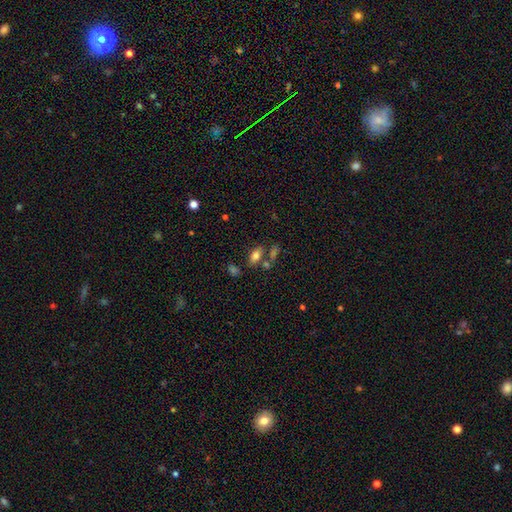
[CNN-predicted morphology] This appears to be a smooth galaxy with no disk features (77%) that is in between round and cigar-shaped (88%). Merging: none (66%).